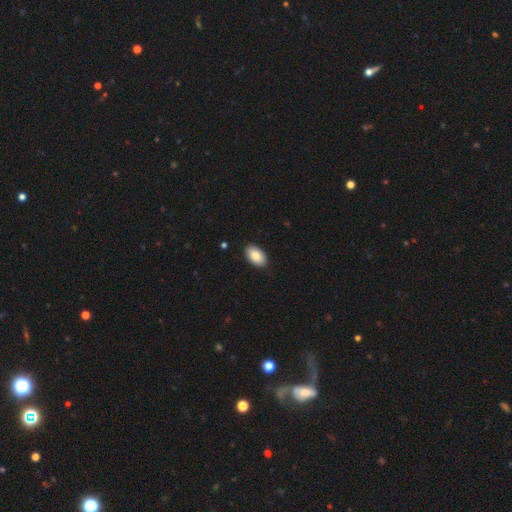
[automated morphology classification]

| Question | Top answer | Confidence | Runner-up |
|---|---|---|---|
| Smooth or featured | smooth | 88% | featured or disk (6%) |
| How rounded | in between | 94% | round (4%) |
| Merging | none | 89% | minor disturbance (8%) |